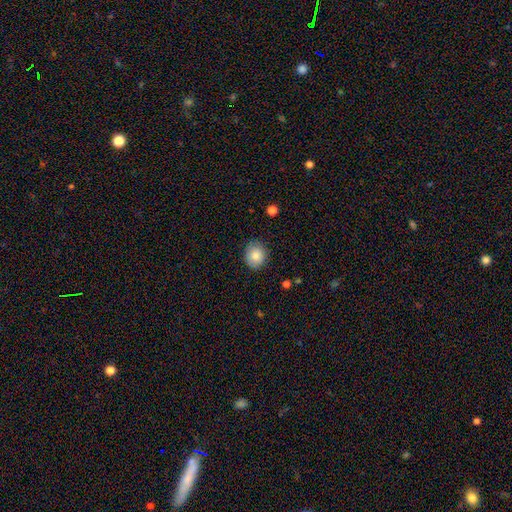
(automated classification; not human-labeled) Overall: smooth (83%). How rounded: round (68%; in between 31%). Merging: none (83%).